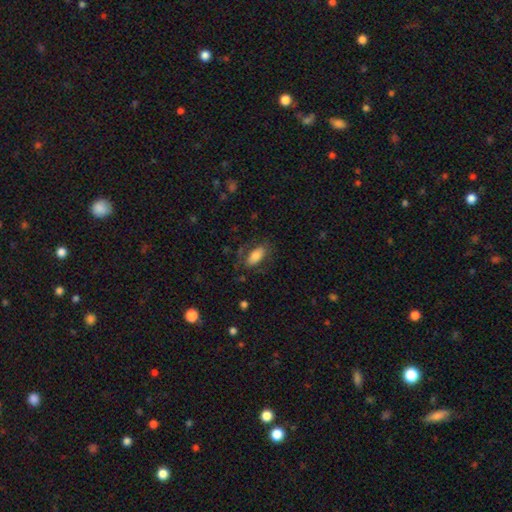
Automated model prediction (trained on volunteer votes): Overall: smooth (74%). How rounded: in between (86%). Merging: none (70%).